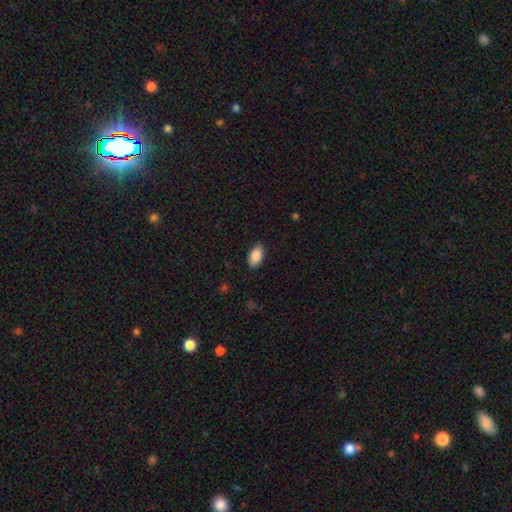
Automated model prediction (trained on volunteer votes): A smooth galaxy with no disk features (89%) that is in between round and cigar-shaped (94%). Merging: none (88%).